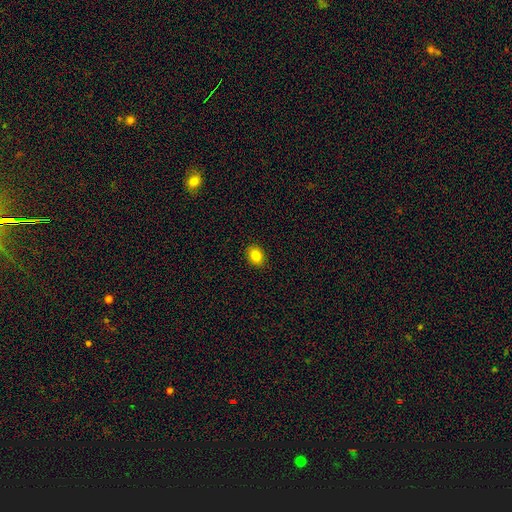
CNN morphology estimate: Overall: smooth (84%). How rounded: in between (57%; round 42%). Merging: none (90%).